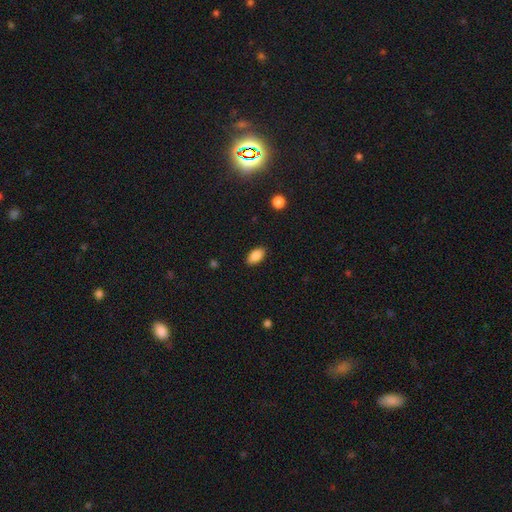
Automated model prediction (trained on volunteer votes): Smooth or featured: smooth — 86% (star or artifact — 8%)
How rounded: in between — 92% (cigar-shaped — 4%)
Merging: none — 88% (minor disturbance — 9%)